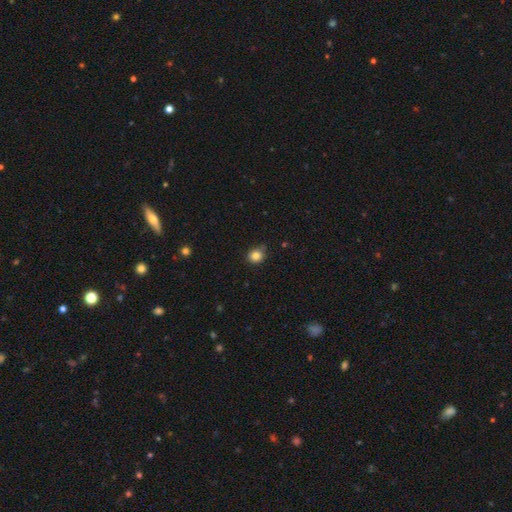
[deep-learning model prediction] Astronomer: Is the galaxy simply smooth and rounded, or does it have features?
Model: smooth — 84%.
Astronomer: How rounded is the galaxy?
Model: round — 77%.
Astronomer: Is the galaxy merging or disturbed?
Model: none — 74%.